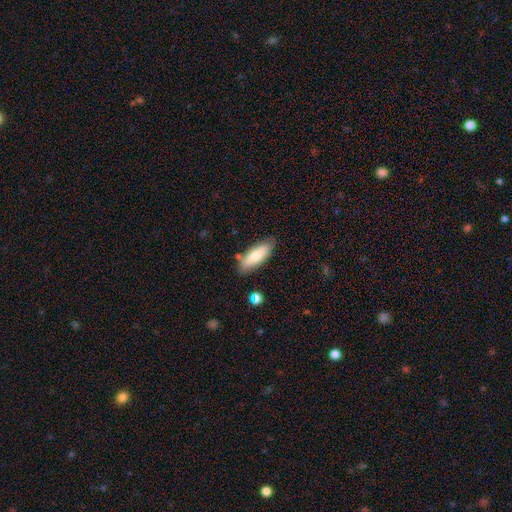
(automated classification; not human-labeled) Morphology: type=smooth (76%); roundness=in between (64%); merging=none (80%).